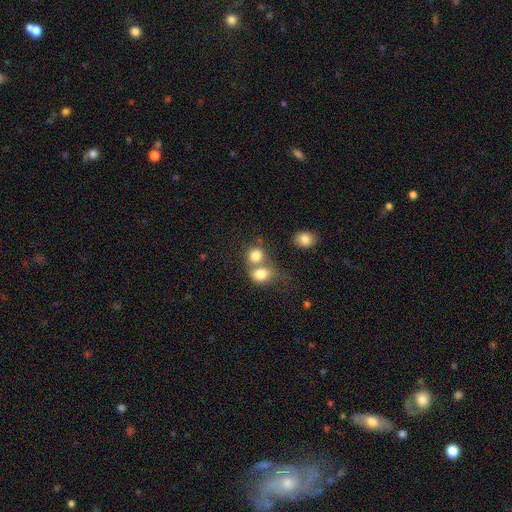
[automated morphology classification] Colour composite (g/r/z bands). It shows a smooth galaxy with no disk features (81%) that is round (69%). Merging: merger (52%).